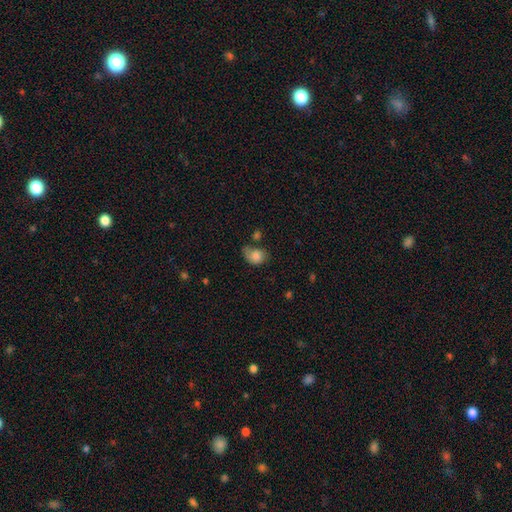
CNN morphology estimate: smooth 76%, featured or disk 15%, star or artifact 9%. Down the decision tree: how rounded — in between (61%); merging — none (38%).